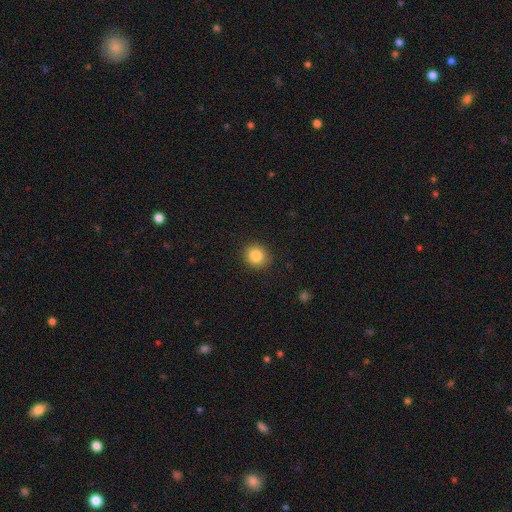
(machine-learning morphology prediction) Smooth or featured: smooth — 84% (star or artifact — 10%)
How rounded: round — 87% (in between — 12%)
Merging: none — 89% (minor disturbance — 8%)